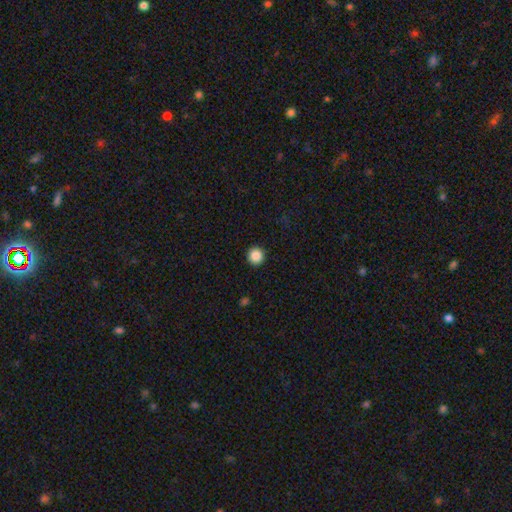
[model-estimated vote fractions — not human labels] Smooth or featured? Predicted: smooth (p=0.87). How rounded? Predicted: round (p=0.95). Merging? Predicted: none (p=0.93).